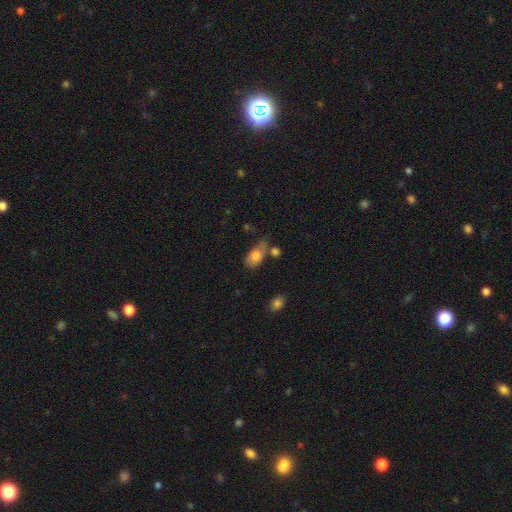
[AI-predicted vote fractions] Smooth or featured? smooth (77%)
How rounded? in between (89%)
Merging? none (39%)